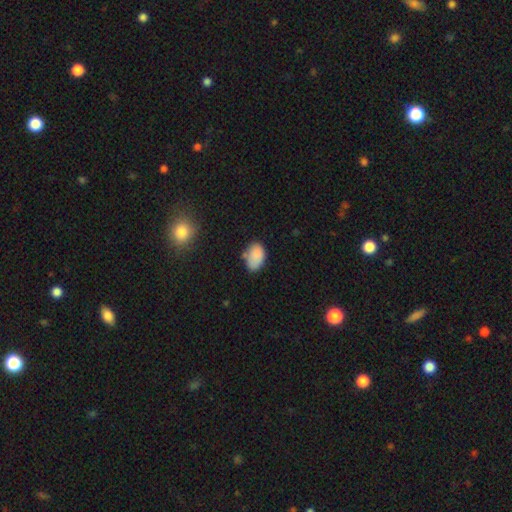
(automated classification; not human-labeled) This is clearly a smooth galaxy (86%). How rounded: clearly in between (89%). Merging: likely none (62%).